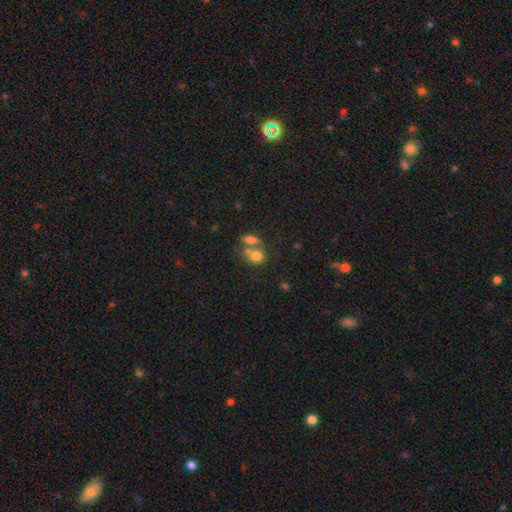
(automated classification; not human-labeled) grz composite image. It shows a smooth galaxy with no disk features (75%) that is round (54%). Merging: merger (54%).